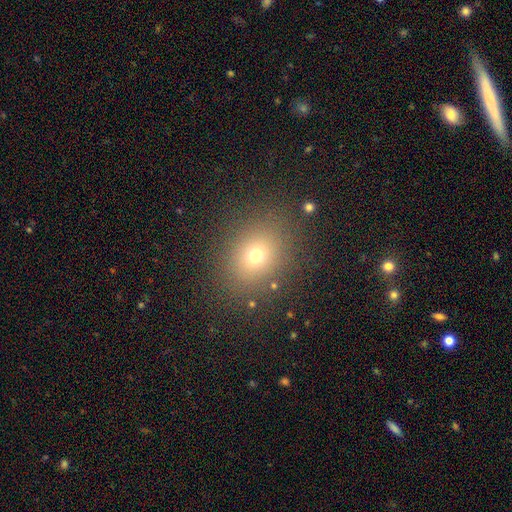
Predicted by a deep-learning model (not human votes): smooth-or-featured: smooth: 68% | star or artifact: 20% | featured or disk: 12%
  how-rounded: round: 57% | in between: 42% | cigar-shaped: 1%
  merging: none: 85% | minor disturbance: 9% | major disturbance: 5% | merger: 2%